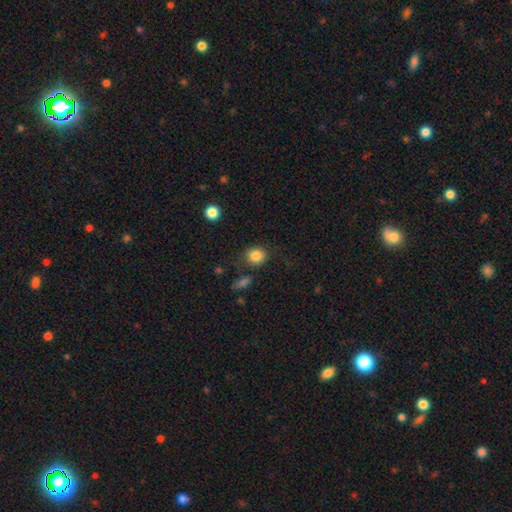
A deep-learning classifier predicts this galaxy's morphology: Smooth or featured? Predicted: smooth (p=0.84). How rounded? Predicted: round (p=0.79). Merging? Predicted: none (p=0.77).